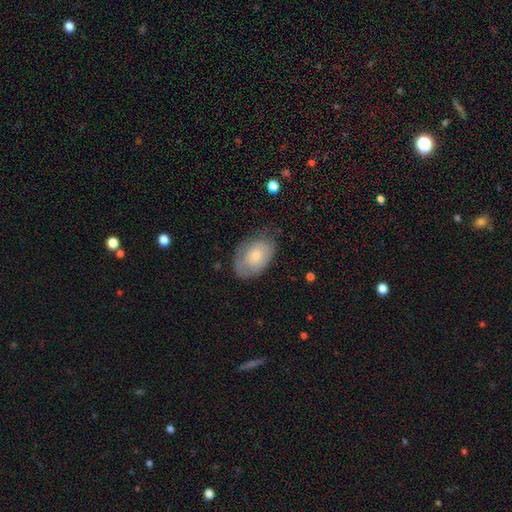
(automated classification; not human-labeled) Smooth or featured?
  - smooth: 60% *
  - featured or disk: 33%
  - star or artifact: 7%
How rounded?
  - in between: 85% *
  - round: 13%
  - cigar-shaped: 1%
Merging?
  - none: 61% *
  - minor disturbance: 28%
  - major disturbance: 9%
  - merger: 1%